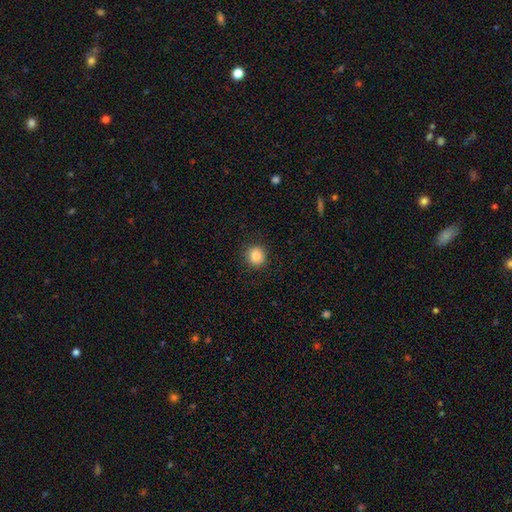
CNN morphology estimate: Overall: smooth (84%). How rounded: round (89%). Merging: none (90%).